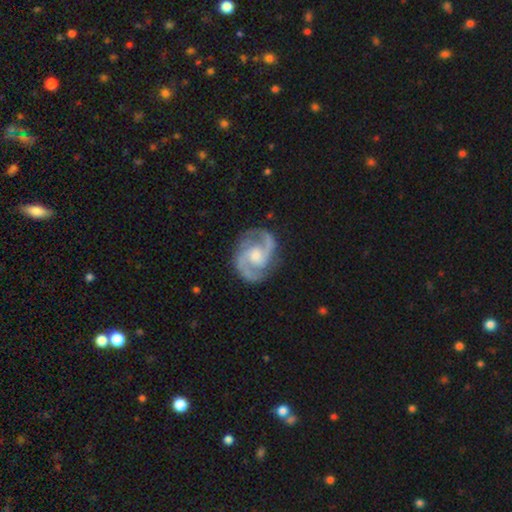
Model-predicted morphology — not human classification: featured or disk 92%, smooth 4%, star or artifact 4%. Down the decision tree: edge-on disk — no (98%); bar — no (51%); spiral arms — yes (98%); spiral arm count — 2 (90%); spiral winding — medium (61%); bulge size — moderate (56%); merging — none (82%).